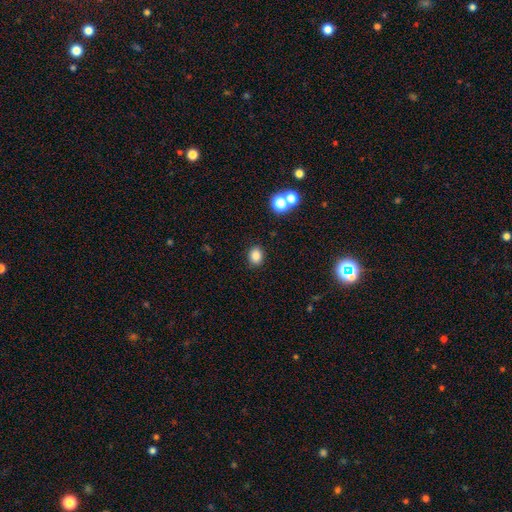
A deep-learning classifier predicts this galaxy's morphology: This is clearly a smooth galaxy (83%). How rounded: possibly round (55%). Merging: clearly none (87%).